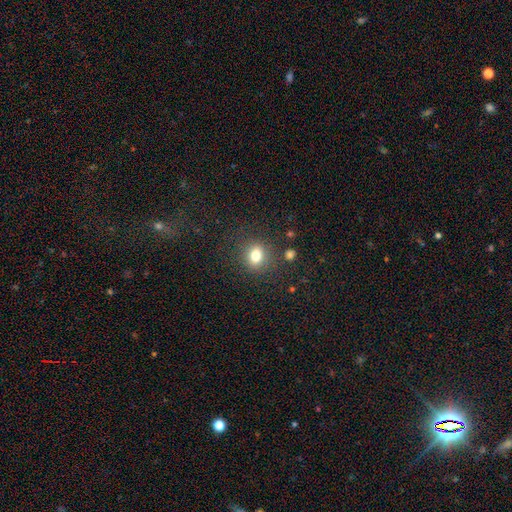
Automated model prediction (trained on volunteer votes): A smooth galaxy with no disk features (78%) that is round (61%). Merging: none (82%).